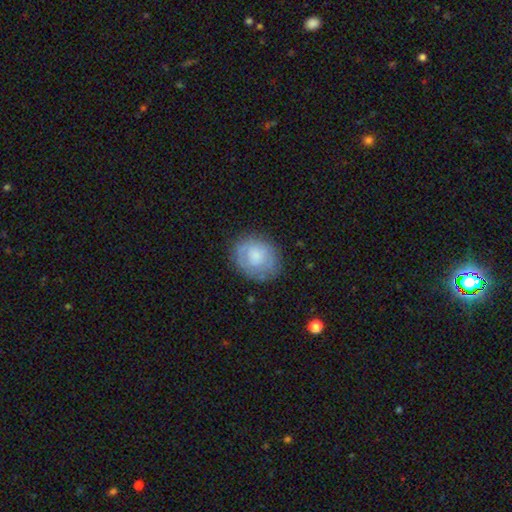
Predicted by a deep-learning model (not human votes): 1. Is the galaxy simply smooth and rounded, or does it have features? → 55% smooth, 38% featured or disk, 7% star or artifact.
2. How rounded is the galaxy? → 62% round, 37% in between, 1% cigar-shaped.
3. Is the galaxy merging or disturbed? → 72% none, 19% minor disturbance, 7% major disturbance, 2% merger.